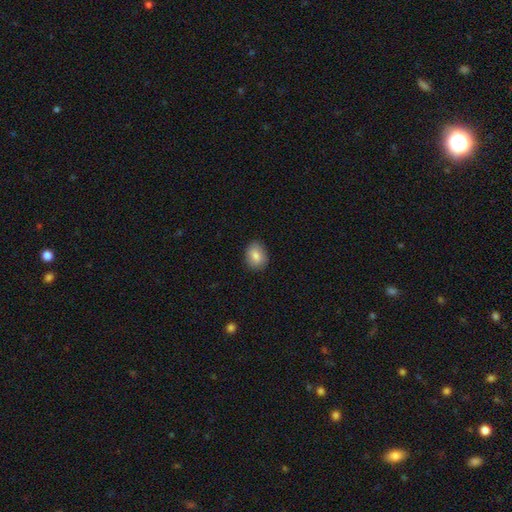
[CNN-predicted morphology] Overall: smooth (84%). How rounded: in between (55%; round 44%). Merging: none (87%).